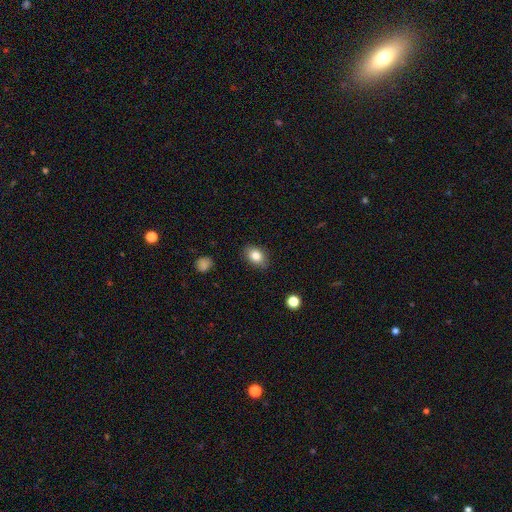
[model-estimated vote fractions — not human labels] The model was most divided on "how rounded": in between: 76%, round: 23%, cigar-shaped: 1%. More confident: merging — none (83%); smooth or featured — smooth (83%).